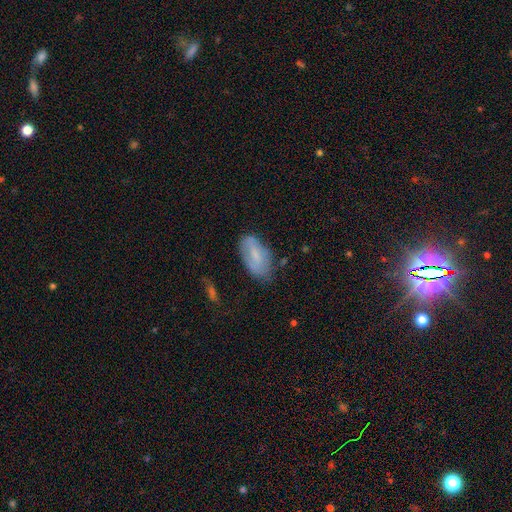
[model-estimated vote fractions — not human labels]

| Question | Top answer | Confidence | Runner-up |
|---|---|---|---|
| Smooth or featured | smooth | 61% | featured or disk (31%) |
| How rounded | in between | 93% | cigar-shaped (4%) |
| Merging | none | 62% | minor disturbance (27%) |